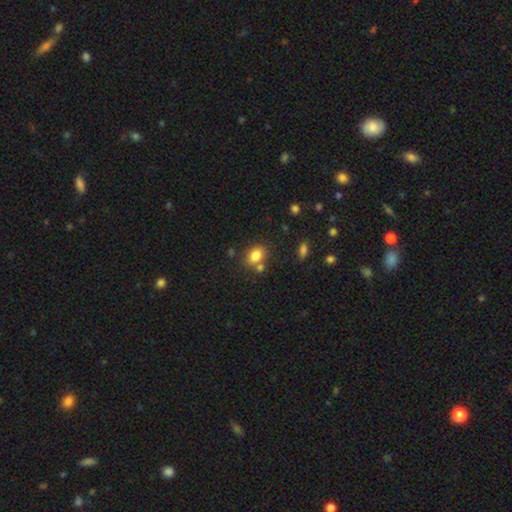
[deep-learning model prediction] Morphology: type=smooth (82%); roundness=in between (72%); merging=none (64%).